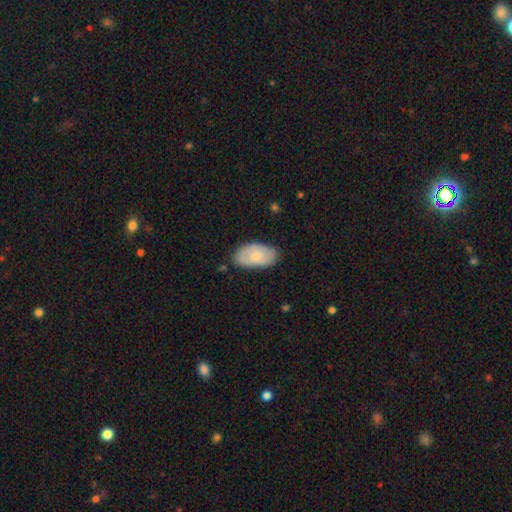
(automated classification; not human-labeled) This appears to be a smooth galaxy with no disk features (69%) that is in between round and cigar-shaped (95%). Merging: none (76%).